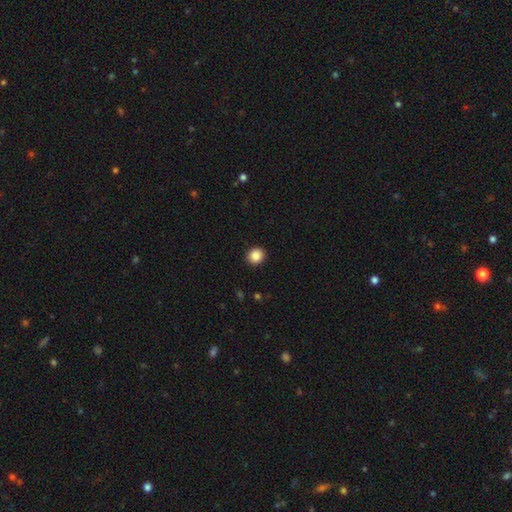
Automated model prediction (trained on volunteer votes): Morphology: type=smooth (88%); roundness=round (79%); merging=none (92%).